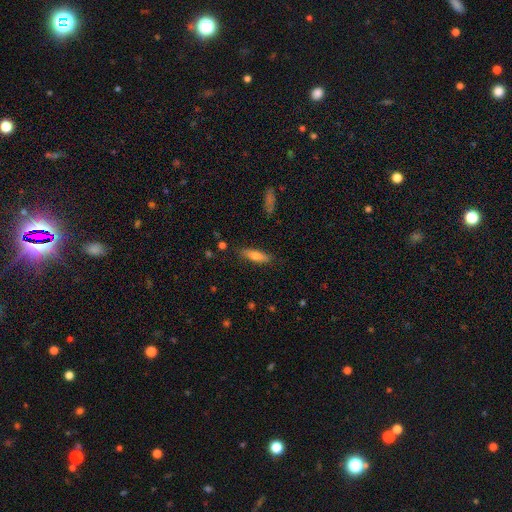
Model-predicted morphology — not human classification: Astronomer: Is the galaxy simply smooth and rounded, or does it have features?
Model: smooth — 67%.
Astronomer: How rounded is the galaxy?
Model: cigar-shaped — 64%.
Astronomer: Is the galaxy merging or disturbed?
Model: none — 85%.